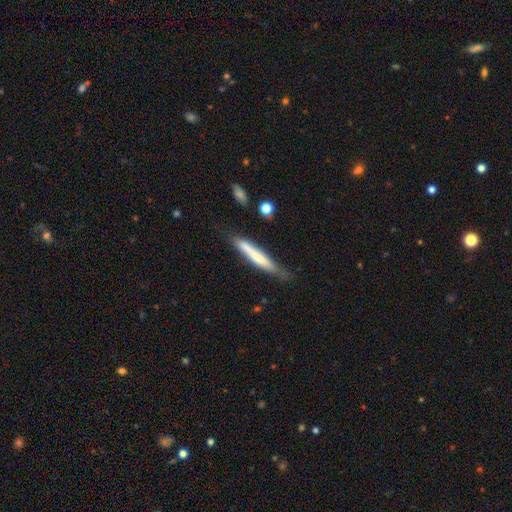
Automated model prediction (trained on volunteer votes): This appears to be a smooth galaxy with no disk features (59%) that is cigar-shaped (93%). Merging: none (62%).